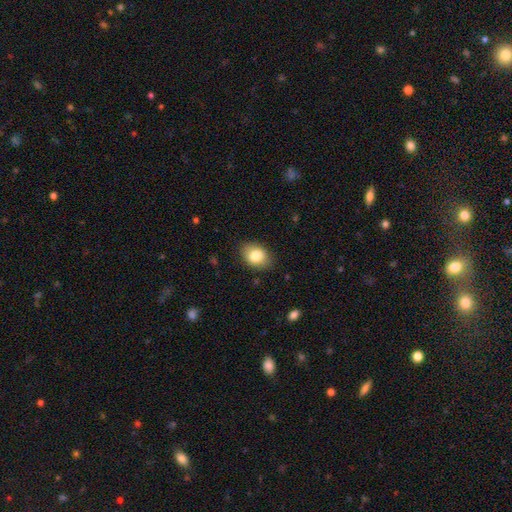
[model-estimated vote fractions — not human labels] This appears to be a smooth galaxy with no disk features (83%) that is in between round and cigar-shaped (69%). Merging: none (85%).